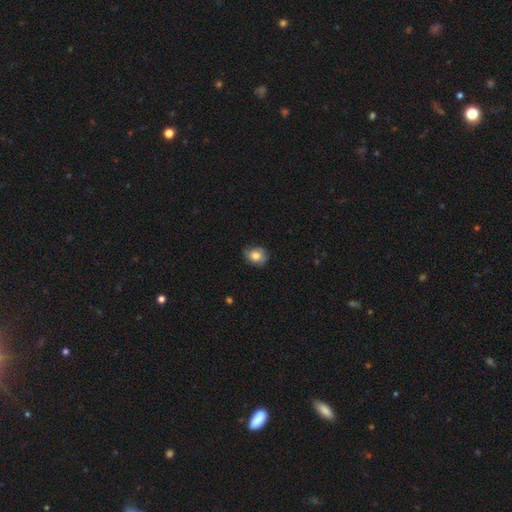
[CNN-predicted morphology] type=smooth (77%); roundness=round (56%); merging=none (74%).